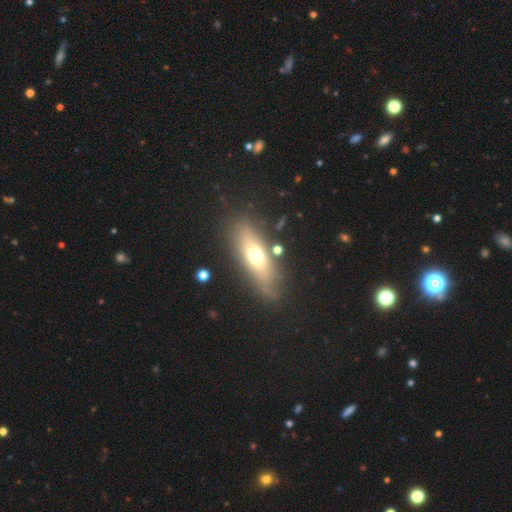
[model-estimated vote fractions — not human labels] Q: Smooth or featured?
A: smooth (55%); runner-up: featured or disk (36%)
Q: How rounded?
A: in between (53%); runner-up: cigar-shaped (42%)
Q: Merging?
A: none (78%); runner-up: minor disturbance (13%)